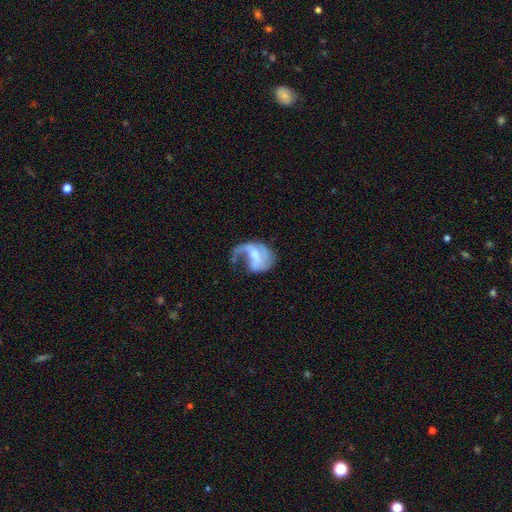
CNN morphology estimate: The model was most divided on "bulge size": moderate: 37%, small: 31%, none: 22%, large: 9%, dominant: 2%. Remaining: edge-on disk — no (98%); spiral arms — yes (78%); smooth or featured — featured or disk (69%); spiral arm count — 1 (67%); spiral winding — loose (58%); merging — major disturbance (54%); bar — weak (47%).